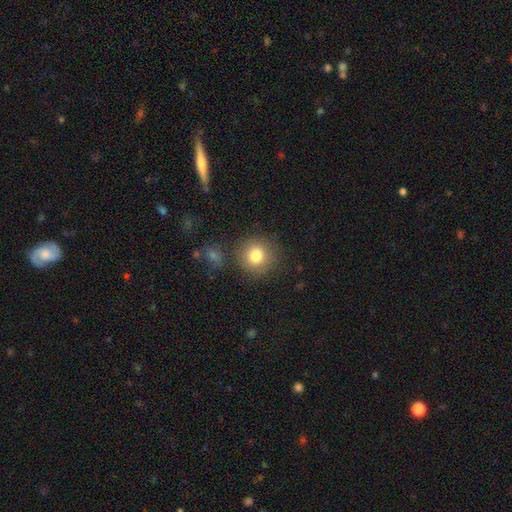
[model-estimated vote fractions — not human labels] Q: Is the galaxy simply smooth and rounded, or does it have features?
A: smooth — 80%.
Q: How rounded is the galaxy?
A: round — 92%.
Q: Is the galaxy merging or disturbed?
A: none — 84%.